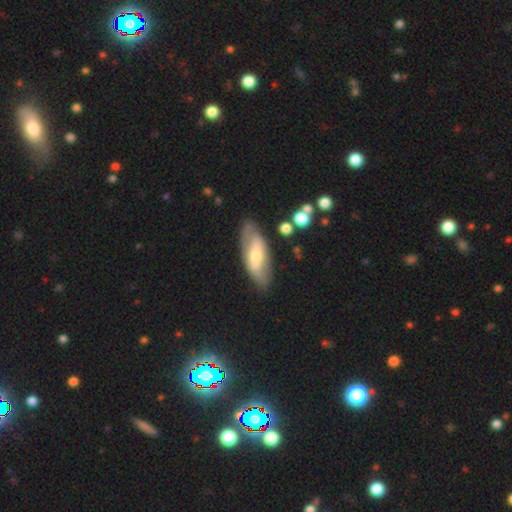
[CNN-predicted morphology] Smooth or featured?
  - featured or disk: 51% *
  - smooth: 42%
  - star or artifact: 6%
Edge-on disk?
  - no: 77% *
  - yes: 23%
Merging?
  - none: 75% *
  - minor disturbance: 17%
  - major disturbance: 5%
  - merger: 3%